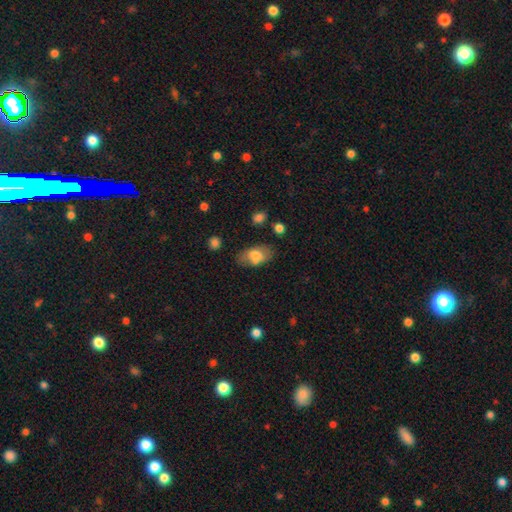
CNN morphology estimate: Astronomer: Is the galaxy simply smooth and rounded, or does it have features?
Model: smooth — 71%.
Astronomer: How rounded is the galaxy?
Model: in between — 92%.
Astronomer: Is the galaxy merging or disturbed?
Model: none — 68%.